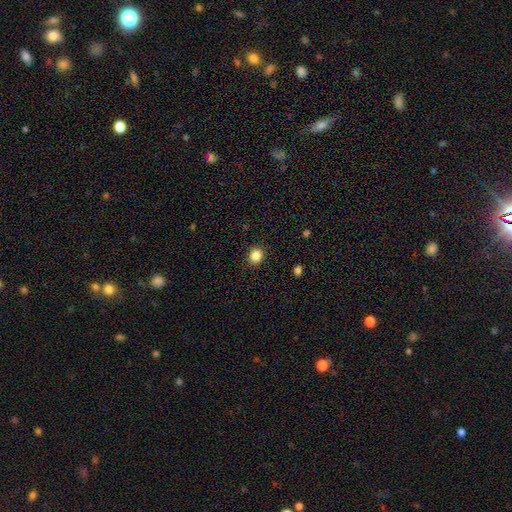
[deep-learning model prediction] A smooth galaxy with no disk features (85%) that is round (72%).

Vote fractions:
- Smooth or featured? smooth: 85% / star or artifact: 10% / featured or disk: 4%
- How rounded? round: 72% / in between: 28% / cigar-shaped: 1%
- Merging? none: 90% / minor disturbance: 7% / major disturbance: 2% / merger: 1%